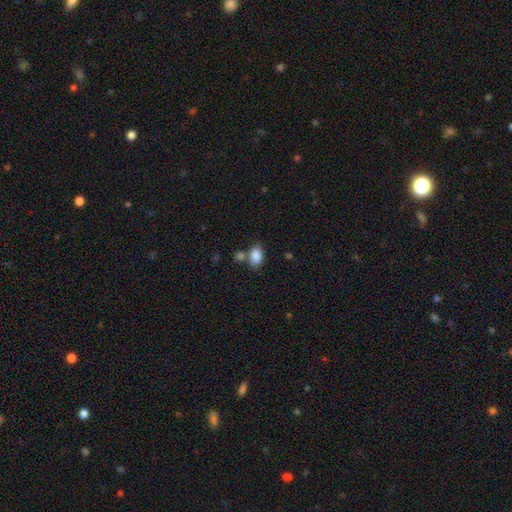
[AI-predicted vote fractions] Smooth or featured?
  - smooth: 87% *
  - star or artifact: 8%
  - featured or disk: 5%
How rounded?
  - in between: 87% *
  - round: 11%
  - cigar-shaped: 2%
Merging?
  - none: 59% *
  - merger: 23%
  - minor disturbance: 14%
  - major disturbance: 4%